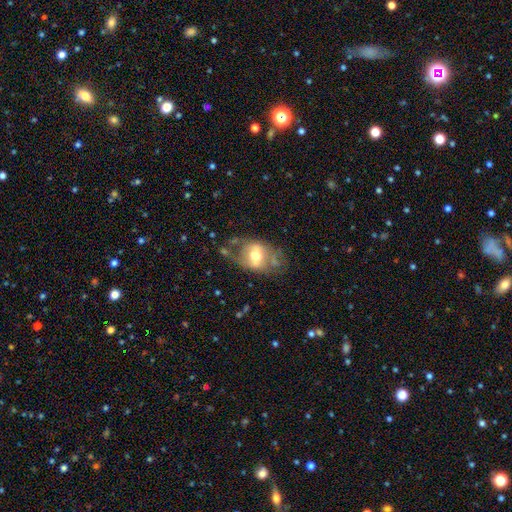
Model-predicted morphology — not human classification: Smooth or featured? featured or disk (53%)
Edge-on disk? no (91%)
Merging? none (44%)